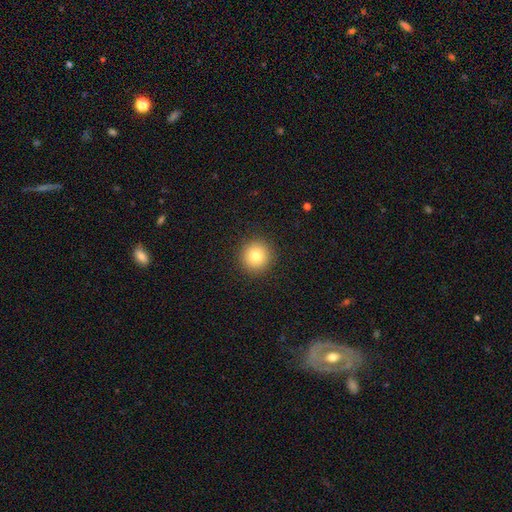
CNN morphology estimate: type=smooth (79%); roundness=round (95%); merging=none (92%).